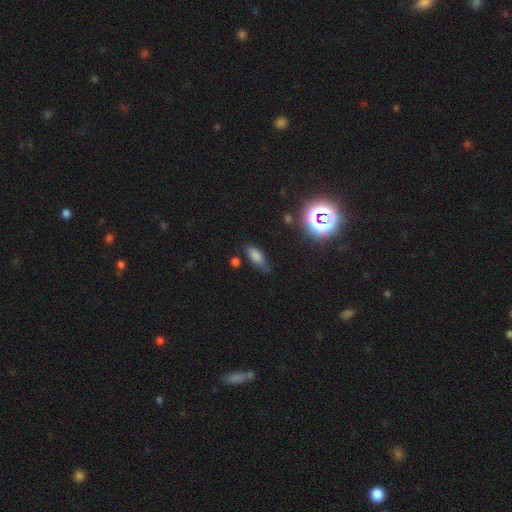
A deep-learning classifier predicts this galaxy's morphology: type=smooth (73%); roundness=in between (81%); merging=none (61%).